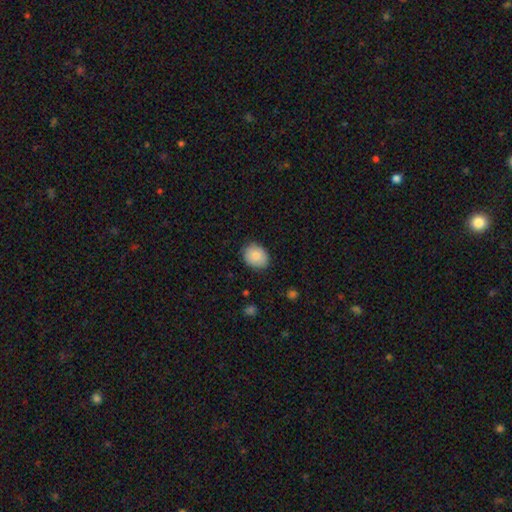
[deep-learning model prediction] smooth 87%, star or artifact 7%, featured or disk 6%. Down the decision tree: how rounded — in between (52%); merging — none (83%).